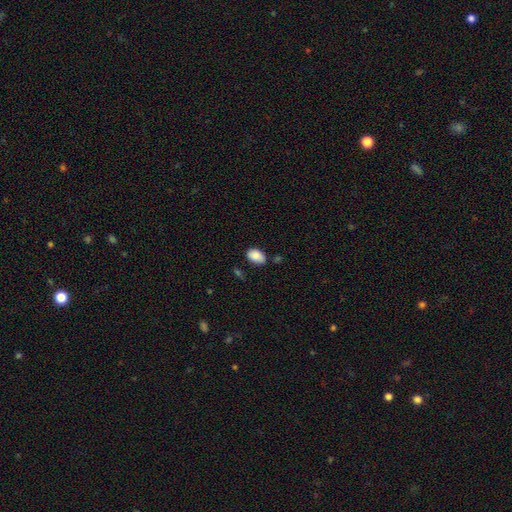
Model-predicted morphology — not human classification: smooth 88%, star or artifact 7%, featured or disk 5%. Down the decision tree: how rounded — in between (90%); merging — none (74%).